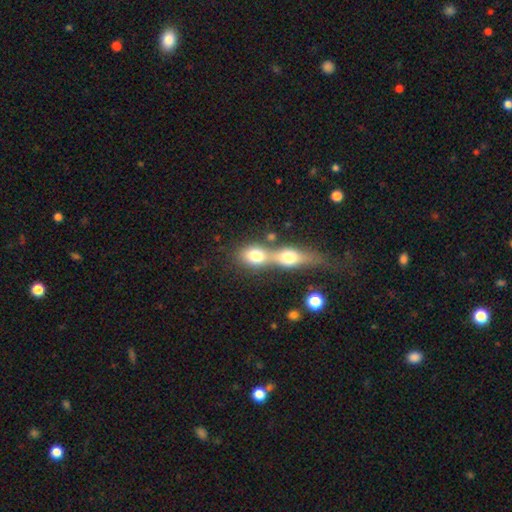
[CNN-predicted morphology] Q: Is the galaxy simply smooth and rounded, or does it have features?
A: smooth — 73%.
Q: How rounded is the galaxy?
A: in between — 54%.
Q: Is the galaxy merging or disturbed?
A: merger — 67%.